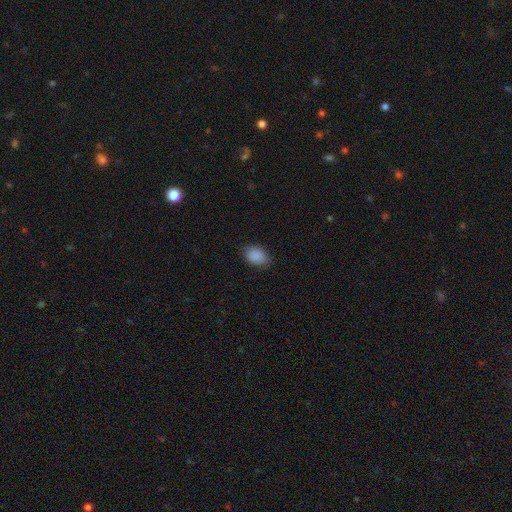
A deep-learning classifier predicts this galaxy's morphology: This is clearly a smooth galaxy (88%). How rounded: likely in between (74%). Merging: likely none (76%).